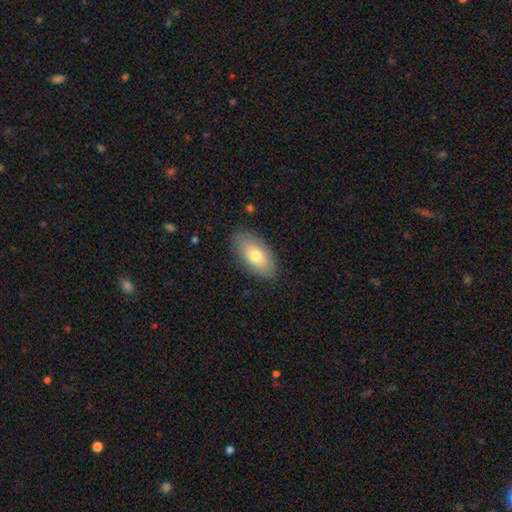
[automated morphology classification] Smooth or featured: smooth — 74% (featured or disk — 20%)
How rounded: in between — 92% (cigar-shaped — 4%)
Merging: none — 84% (minor disturbance — 13%)